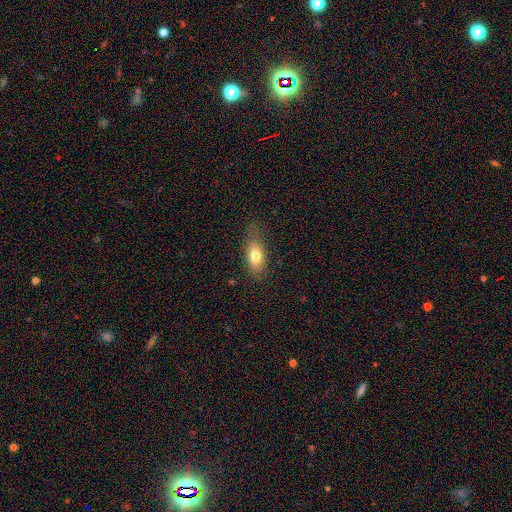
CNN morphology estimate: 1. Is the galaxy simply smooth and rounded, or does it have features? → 76% smooth, 16% featured or disk, 8% star or artifact.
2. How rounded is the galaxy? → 84% in between, 11% cigar-shaped, 5% round.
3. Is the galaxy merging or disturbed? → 69% none, 22% minor disturbance, 7% major disturbance, 1% merger.